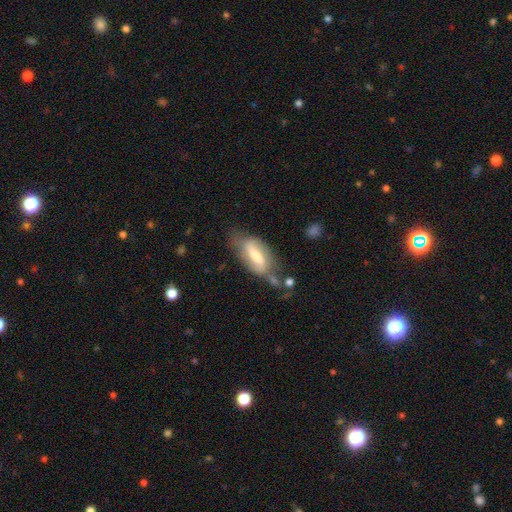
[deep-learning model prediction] featured or disk 55%, smooth 38%, star or artifact 7%. Down the decision tree: edge-on disk — no (85%); merging — none (53%).